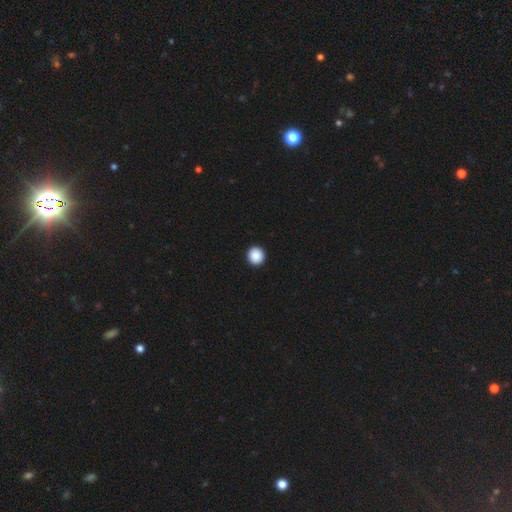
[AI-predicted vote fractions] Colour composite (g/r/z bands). It shows a smooth galaxy with no disk features (89%) that is round (95%). Merging: none (94%).